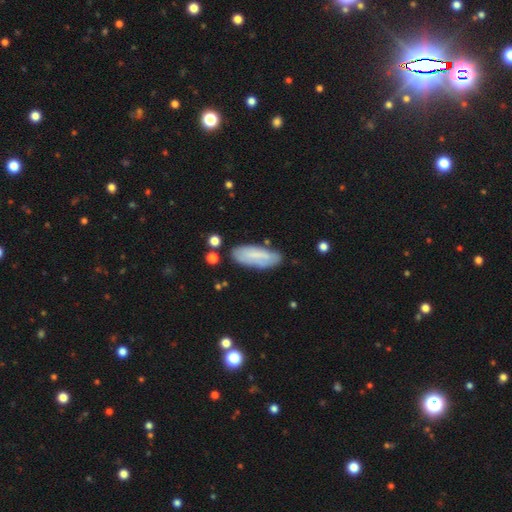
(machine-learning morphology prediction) This appears to be a smooth galaxy with no disk features (67%) that is in between round and cigar-shaped (69%). Merging: none (74%).